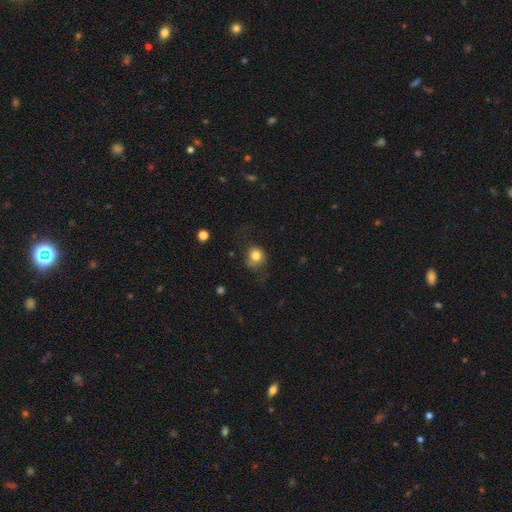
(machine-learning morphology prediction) smooth 80%, star or artifact 11%, featured or disk 10%. Down the decision tree: how rounded — round (81%); merging — none (55%).